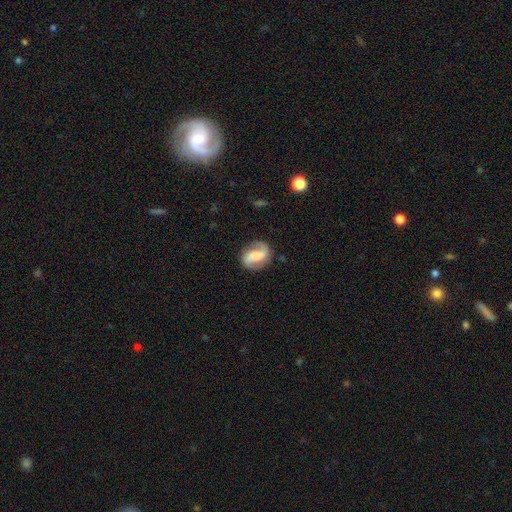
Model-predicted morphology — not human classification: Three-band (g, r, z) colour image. It shows a featured or disk galaxy (73%) with a strong bar (37%, tied with weak), 2 (89%) loose (42%) spiral arms (93%) and no central bulge (28%). Merging: none (78%).